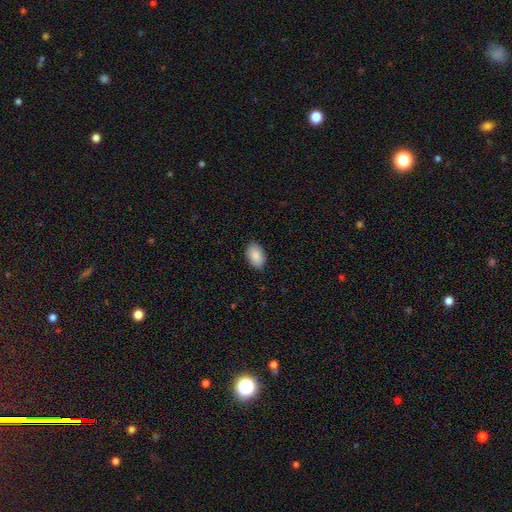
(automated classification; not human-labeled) Morphology: type=smooth (89%); roundness=in between (92%); merging=none (88%).